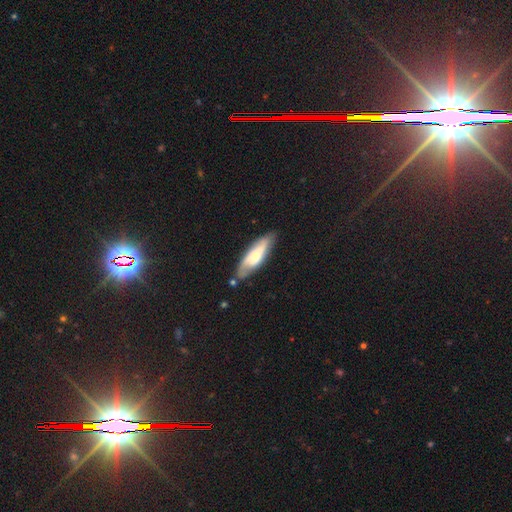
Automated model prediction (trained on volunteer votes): This appears to be a featured or disk galaxy (48%). Merging: none (73%).